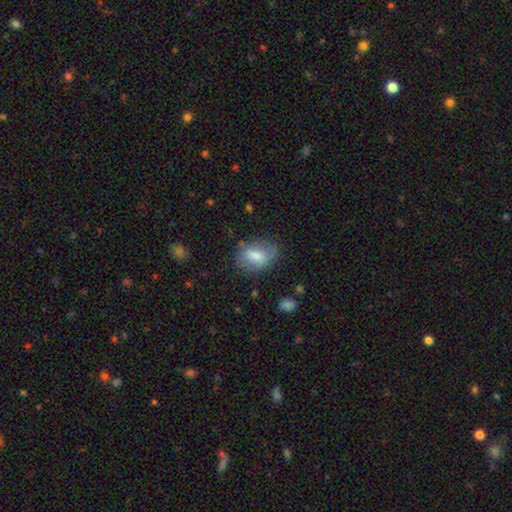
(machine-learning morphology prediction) smooth 68%, featured or disk 25%, star or artifact 8%. Down the decision tree: how rounded — in between (78%); merging — none (70%).